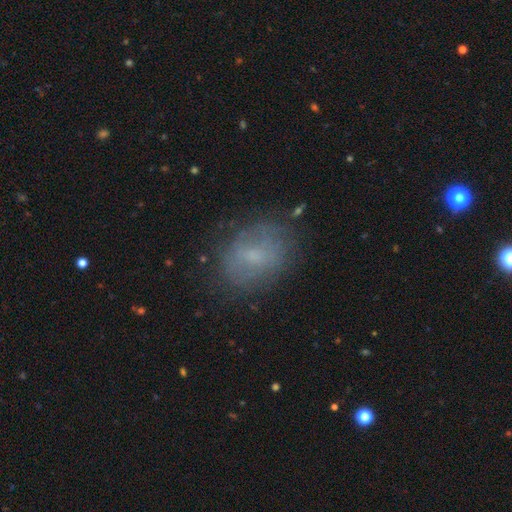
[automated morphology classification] smooth_or_featured: smooth (p=0.55) [alt: featured or disk p=0.29]
how_rounded: in between (p=0.66) [alt: round p=0.32]
merging: none (p=0.76) [alt: minor disturbance p=0.16]